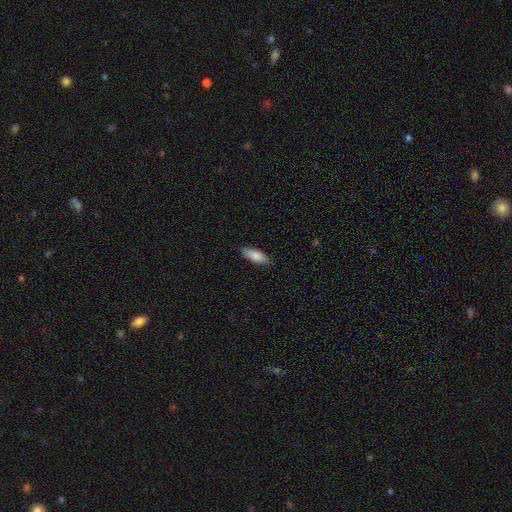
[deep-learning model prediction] smooth_or_featured: smooth (p=0.87) [alt: featured or disk p=0.07]
how_rounded: in between (p=0.70) [alt: cigar-shaped p=0.28]
merging: none (p=0.86) [alt: minor disturbance p=0.11]